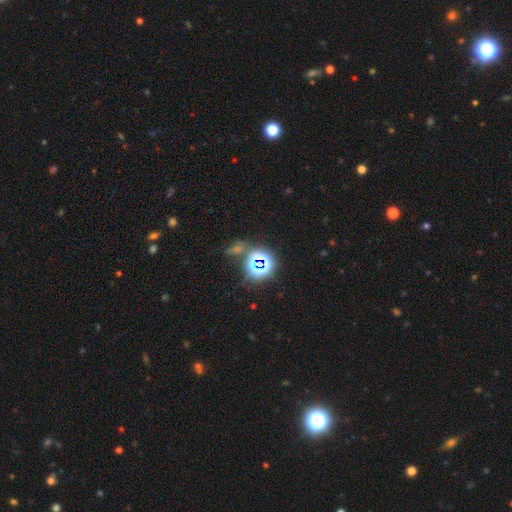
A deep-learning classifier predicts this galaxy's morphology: smooth_or_featured: star or artifact (p=0.70) [alt: smooth p=0.20]